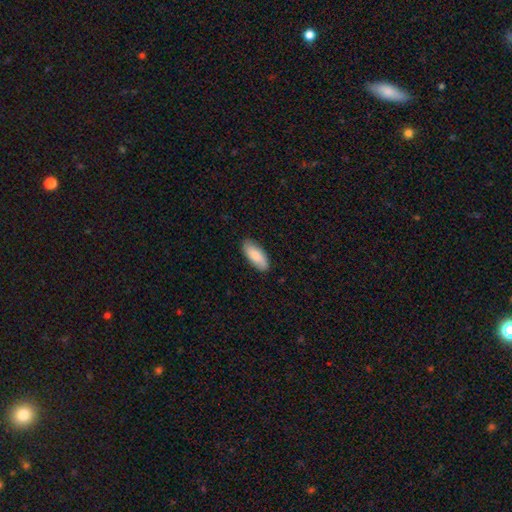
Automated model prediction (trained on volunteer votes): A smooth galaxy with no disk features (84%) that is in between round and cigar-shaped (83%).

Vote fractions:
- Smooth or featured? smooth: 84% / featured or disk: 11% / star or artifact: 5%
- How rounded? in between: 83% / cigar-shaped: 16% / round: 2%
- Merging? none: 87% / minor disturbance: 10% / major disturbance: 2% / merger: 1%